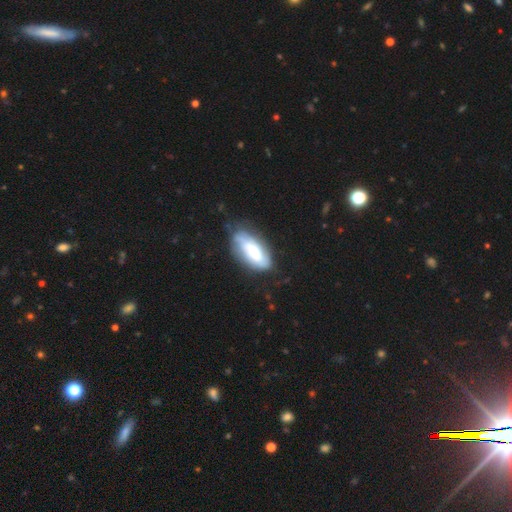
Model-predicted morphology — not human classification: smooth_or_featured: featured or disk (p=0.50) [alt: smooth p=0.44]
merging: none (p=0.62) [alt: minor disturbance p=0.26]